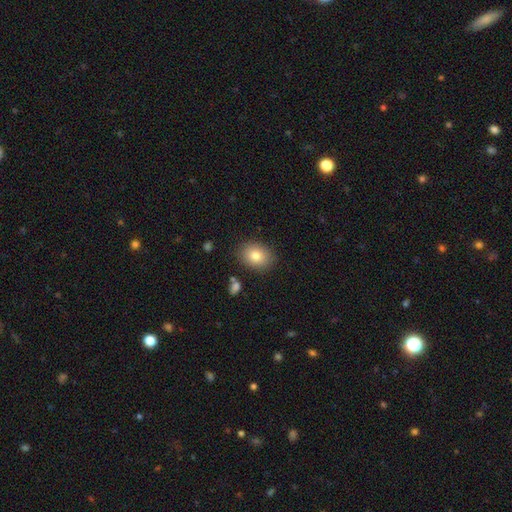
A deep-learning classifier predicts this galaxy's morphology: smooth-or-featured: smooth: 81% | featured or disk: 10% | star or artifact: 9%
  how-rounded: in between: 64% | round: 35% | cigar-shaped: 1%
  merging: none: 85% | minor disturbance: 10% | major disturbance: 3% | merger: 2%